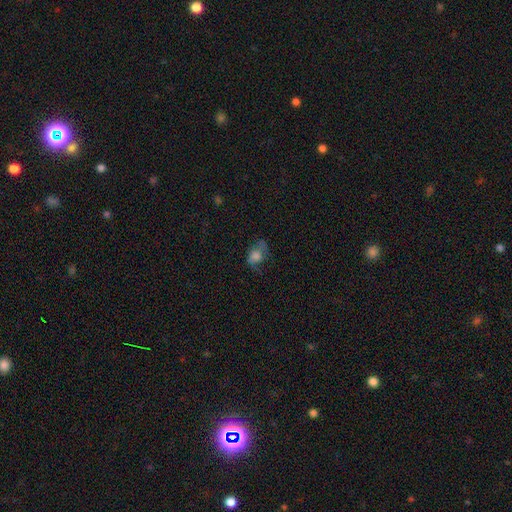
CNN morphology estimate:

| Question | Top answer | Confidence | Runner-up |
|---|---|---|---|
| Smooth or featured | smooth | 65% | featured or disk (22%) |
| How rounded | in between | 70% | round (28%) |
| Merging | none | 41% | major disturbance (29%) |